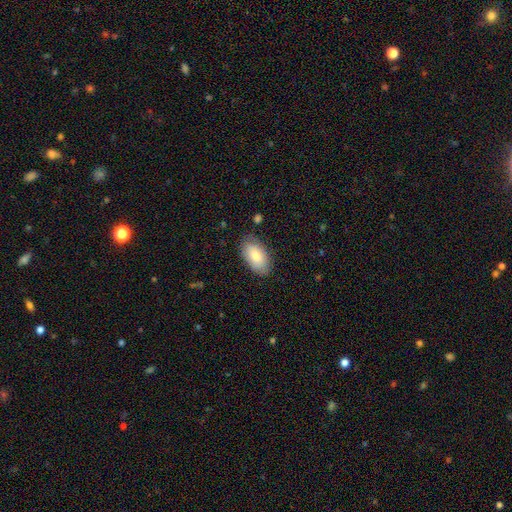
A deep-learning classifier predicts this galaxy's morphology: This appears to be a smooth galaxy with no disk features (78%) that is in between round and cigar-shaped (94%). Merging: none (80%).